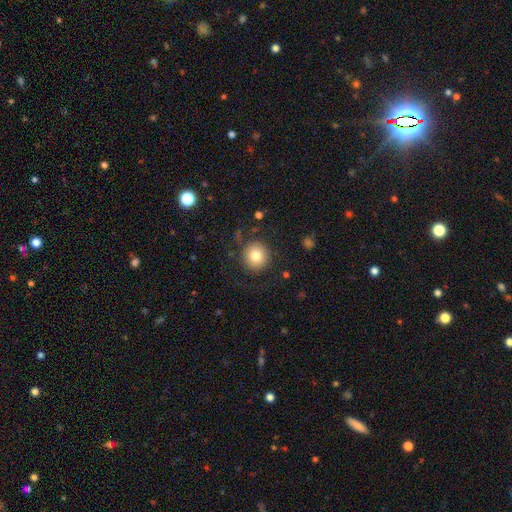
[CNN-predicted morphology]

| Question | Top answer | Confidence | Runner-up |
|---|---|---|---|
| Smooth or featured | smooth | 79% | featured or disk (11%) |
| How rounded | round | 93% | in between (6%) |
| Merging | none | 86% | minor disturbance (8%) |